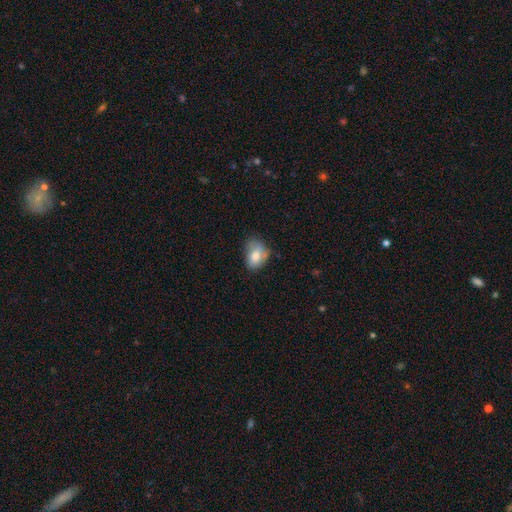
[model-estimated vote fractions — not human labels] The model was most divided on "merging": none: 51%, minor disturbance: 36%, major disturbance: 11%, merger: 2%. More confident: how rounded — in between (80%); smooth or featured — smooth (80%).